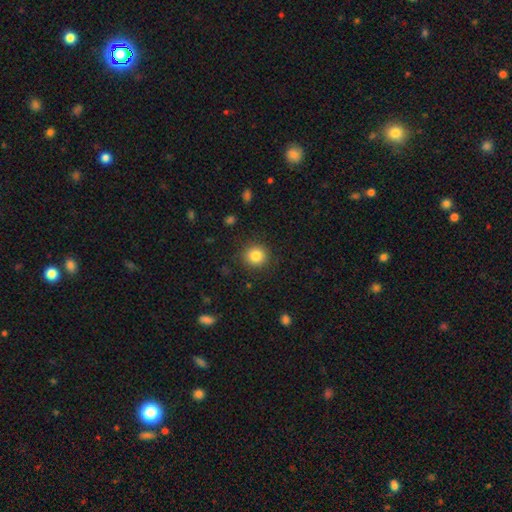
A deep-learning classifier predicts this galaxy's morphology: smooth 84%, star or artifact 10%, featured or disk 5%. Down the decision tree: how rounded — round (90%); merging — none (89%).